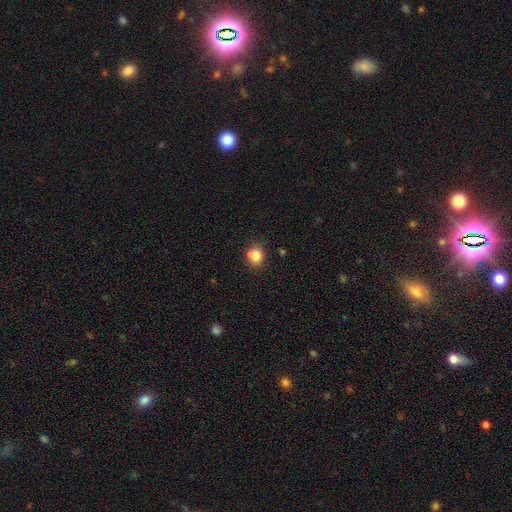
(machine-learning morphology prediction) Smooth or featured? smooth (80%)
How rounded? round (68%)
Merging? none (62%)